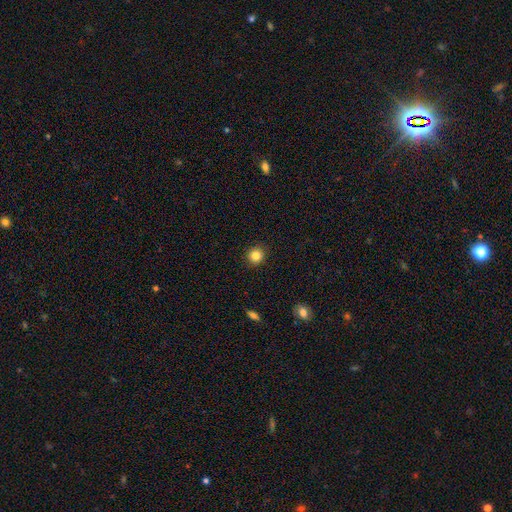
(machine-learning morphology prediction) This is clearly a smooth galaxy (84%). How rounded: clearly round (91%). Merging: clearly none (92%).